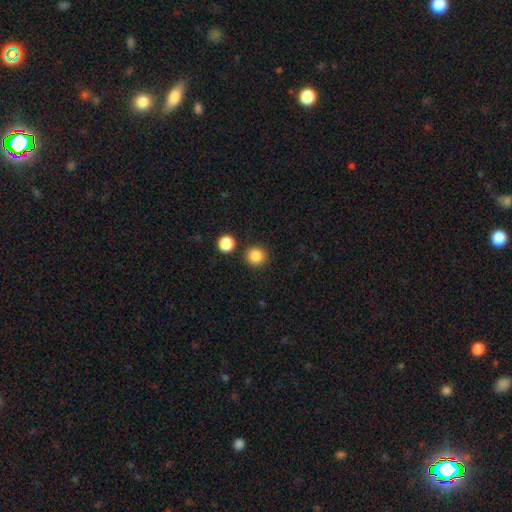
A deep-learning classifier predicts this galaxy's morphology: smooth_or_featured: smooth (p=0.86) [alt: star or artifact p=0.10]
how_rounded: round (p=0.93) [alt: in between p=0.06]
merging: none (p=0.88) [alt: minor disturbance p=0.06]